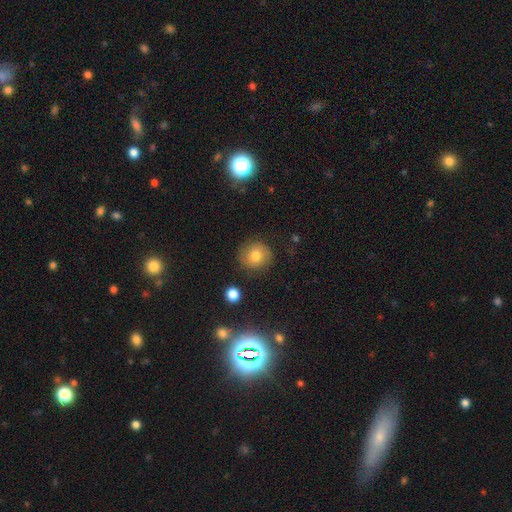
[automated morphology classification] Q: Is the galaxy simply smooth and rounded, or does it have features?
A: smooth — 73%.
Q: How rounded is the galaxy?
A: round — 89%.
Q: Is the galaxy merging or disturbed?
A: none — 83%.